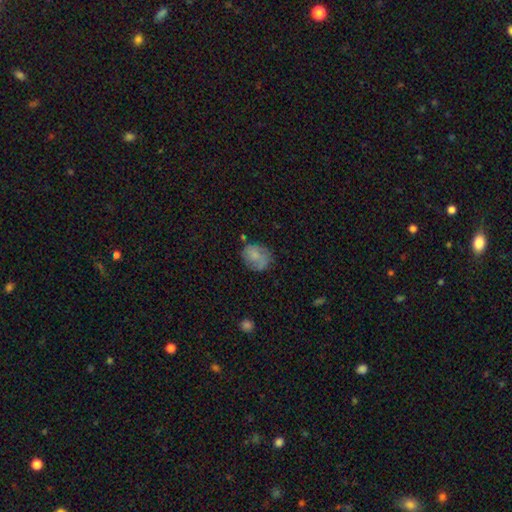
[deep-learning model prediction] Smooth or featured? Predicted: smooth (p=0.68). How rounded? Predicted: round (p=0.59). Merging? Predicted: none (p=0.56).